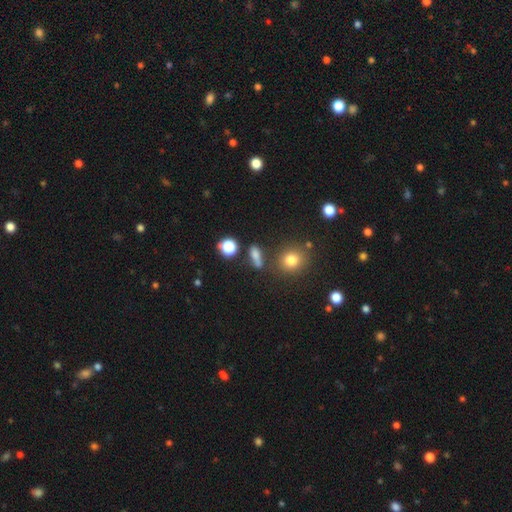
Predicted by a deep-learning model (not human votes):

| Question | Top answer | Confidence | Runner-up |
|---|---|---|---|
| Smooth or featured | smooth | 69% | star or artifact (19%) |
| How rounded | in between | 43% | round (29%) |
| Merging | none | 65% | minor disturbance (16%) |